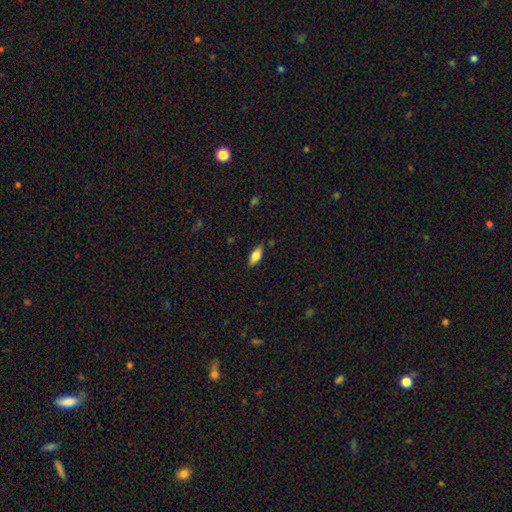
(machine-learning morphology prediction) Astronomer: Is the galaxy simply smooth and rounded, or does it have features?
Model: smooth — 70%.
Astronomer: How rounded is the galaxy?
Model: in between — 77%.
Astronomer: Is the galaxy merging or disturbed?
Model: none — 85%.